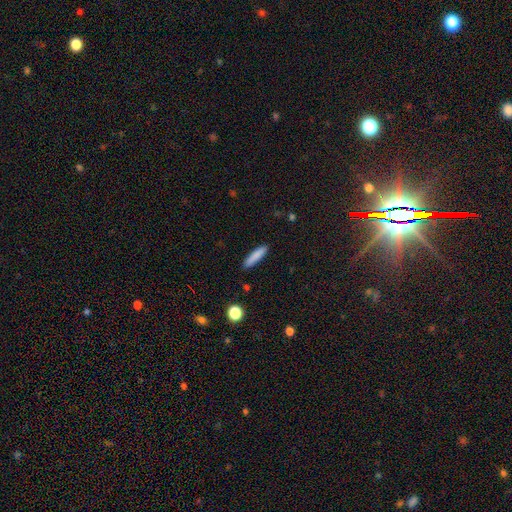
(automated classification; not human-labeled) Overall: smooth (83%). How rounded: cigar-shaped (86%). Merging: none (89%).